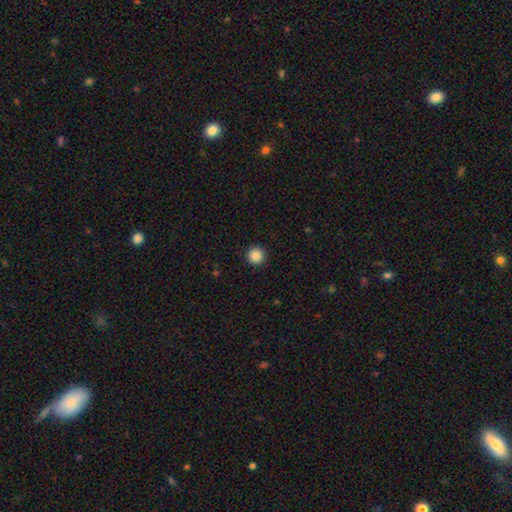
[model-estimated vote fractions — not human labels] Smooth or featured? smooth (87%)
How rounded? round (96%)
Merging? none (93%)